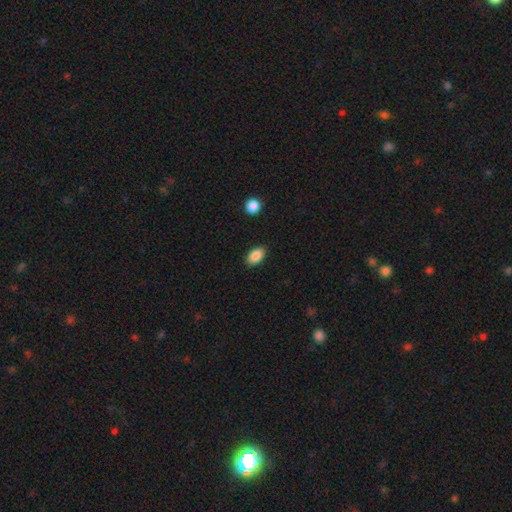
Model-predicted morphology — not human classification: smooth_or_featured: smooth (p=0.88) [alt: star or artifact p=0.08]
how_rounded: in between (p=0.91) [alt: round p=0.07]
merging: none (p=0.87) [alt: minor disturbance p=0.09]